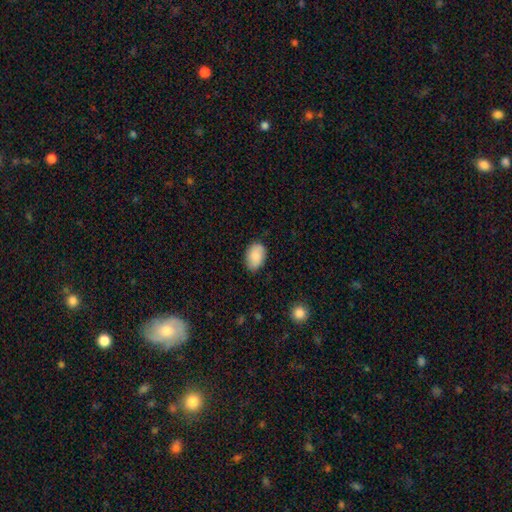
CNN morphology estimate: The model was most divided on "merging": none: 80%, minor disturbance: 16%, major disturbance: 3%, merger: 1%. More confident: smooth or featured — smooth (87%); how rounded — in between (86%).